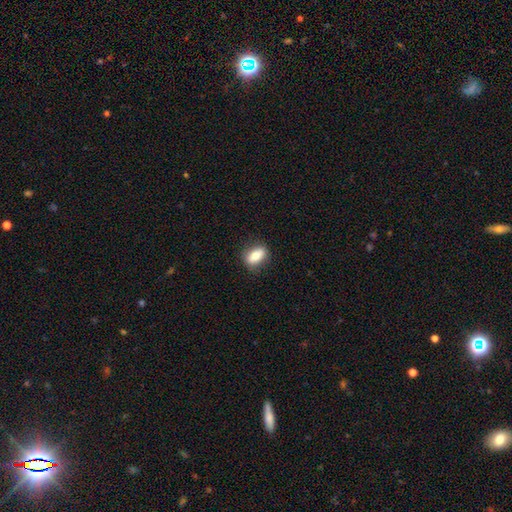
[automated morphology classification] Smooth or featured?
  - smooth: 76% *
  - featured or disk: 16%
  - star or artifact: 8%
How rounded?
  - in between: 80% *
  - round: 12%
  - cigar-shaped: 8%
Merging?
  - none: 83% *
  - minor disturbance: 13%
  - major disturbance: 3%
  - merger: 1%